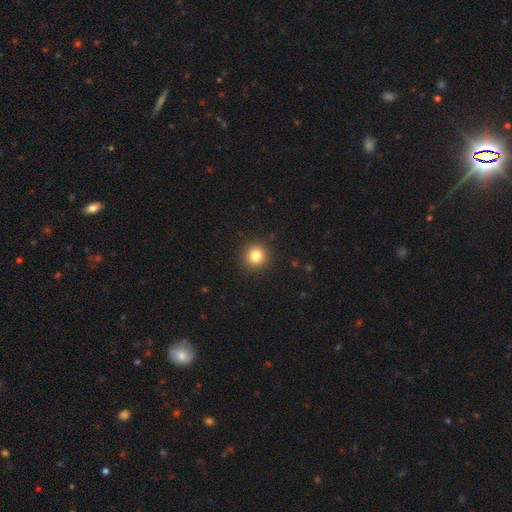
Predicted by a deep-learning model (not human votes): Morphology: type=smooth (82%); roundness=round (93%); merging=none (92%).